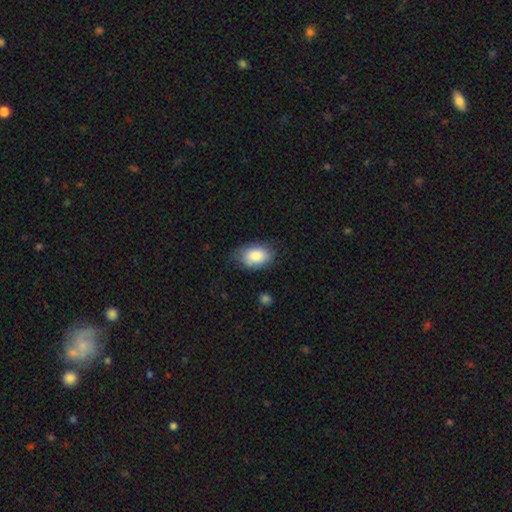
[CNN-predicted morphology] A smooth galaxy with no disk features (84%) that is in between round and cigar-shaped (88%). Merging: none (67%).